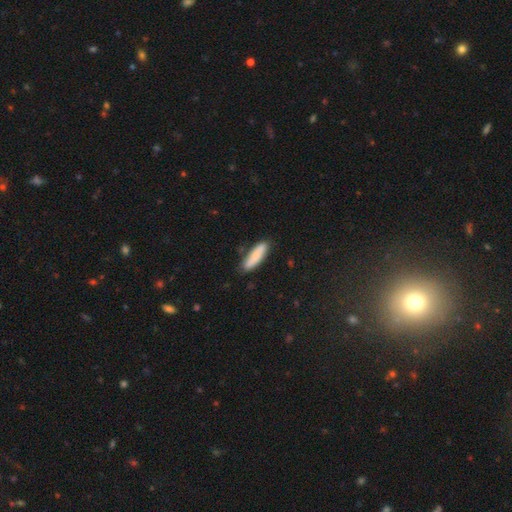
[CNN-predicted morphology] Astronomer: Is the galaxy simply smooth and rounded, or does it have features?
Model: smooth — 78%.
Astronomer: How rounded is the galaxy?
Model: cigar-shaped — 65%.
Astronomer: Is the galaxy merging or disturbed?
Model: none — 80%.